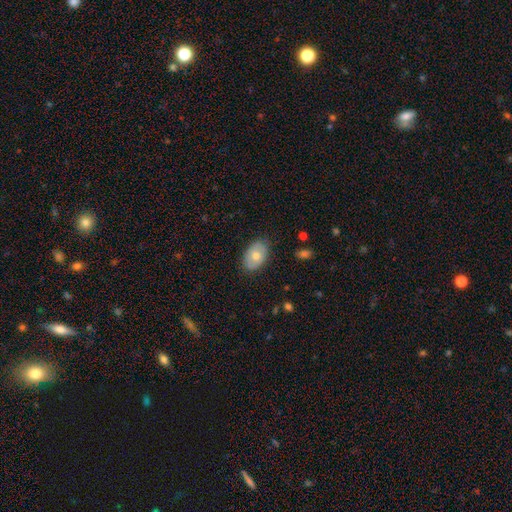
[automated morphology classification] A smooth galaxy with no disk features (68%) that is in between round and cigar-shaped (88%).

Vote fractions:
- Smooth or featured? smooth: 68% / featured or disk: 26% / star or artifact: 6%
- How rounded? in between: 88% / round: 11% / cigar-shaped: 1%
- Merging? none: 82% / minor disturbance: 14% / major disturbance: 3% / merger: 1%